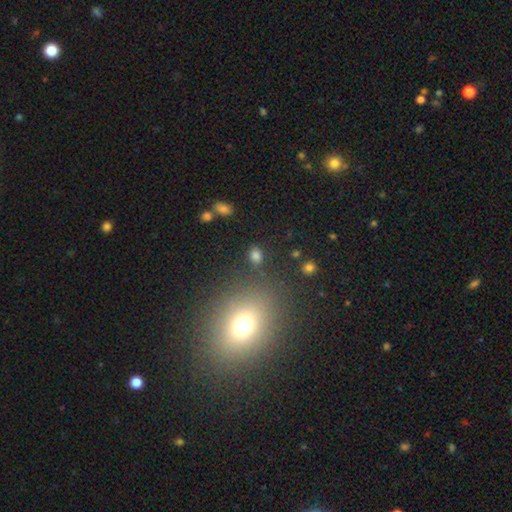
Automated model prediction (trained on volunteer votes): Q: Smooth or featured?
A: smooth (78%); runner-up: star or artifact (17%)
Q: How rounded?
A: in between (61%); runner-up: round (37%)
Q: Merging?
A: none (79%); runner-up: minor disturbance (11%)